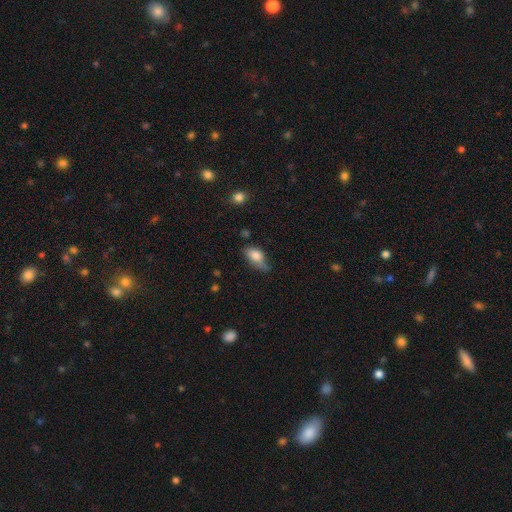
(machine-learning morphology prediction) This is likely a smooth galaxy (75%). How rounded: clearly in between (85%). Merging: marginally none (42%).